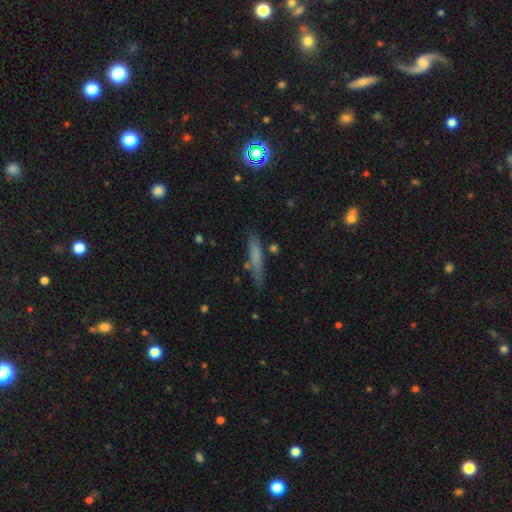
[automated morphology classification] This appears to be a smooth galaxy with no disk features (68%) that is cigar-shaped (89%). Merging: none (78%).